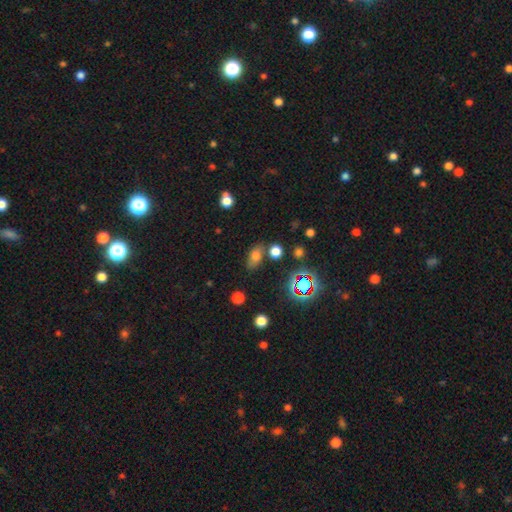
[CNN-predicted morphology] type=smooth (66%); roundness=in between (80%); merging=none (68%).